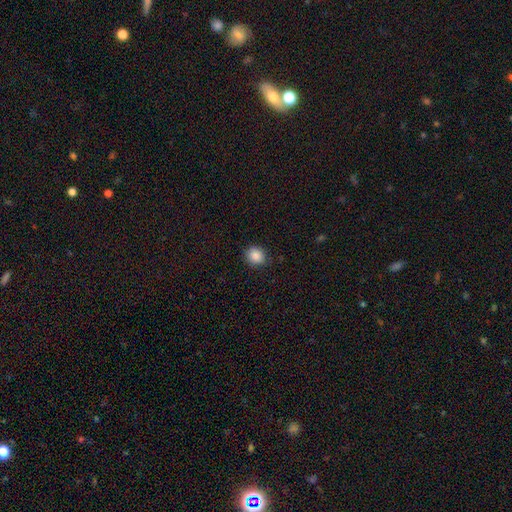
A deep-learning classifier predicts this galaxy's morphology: type=smooth (87%); roundness=round (72%); merging=none (86%).